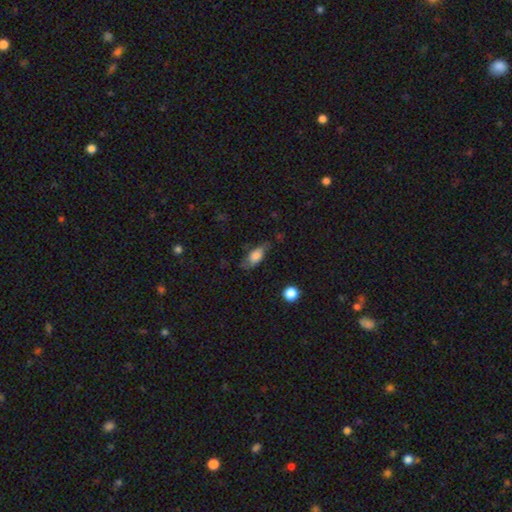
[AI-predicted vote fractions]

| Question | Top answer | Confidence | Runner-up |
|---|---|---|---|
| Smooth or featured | smooth | 68% | featured or disk (23%) |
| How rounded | in between | 82% | cigar-shaped (12%) |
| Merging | none | 57% | minor disturbance (29%) |